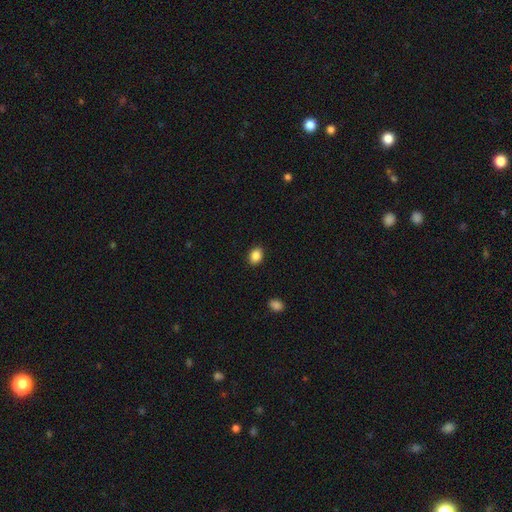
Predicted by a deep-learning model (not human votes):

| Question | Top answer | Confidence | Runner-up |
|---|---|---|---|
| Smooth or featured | smooth | 87% | star or artifact (9%) |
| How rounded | in between | 65% | round (34%) |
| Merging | none | 90% | minor disturbance (7%) |